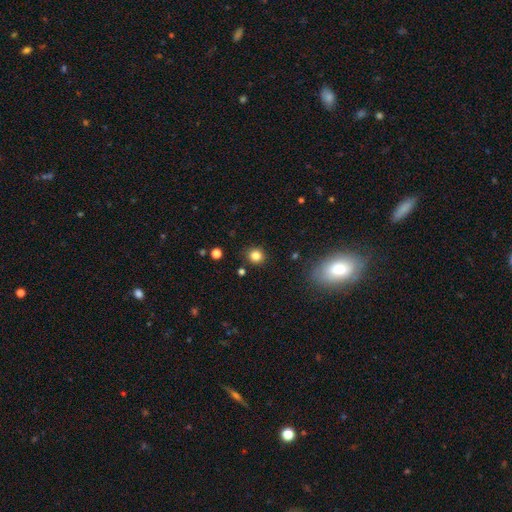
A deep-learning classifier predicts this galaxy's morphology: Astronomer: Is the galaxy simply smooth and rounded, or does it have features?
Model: smooth — 83%.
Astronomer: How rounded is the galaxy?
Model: round — 89%.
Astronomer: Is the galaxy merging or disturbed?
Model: none — 88%.